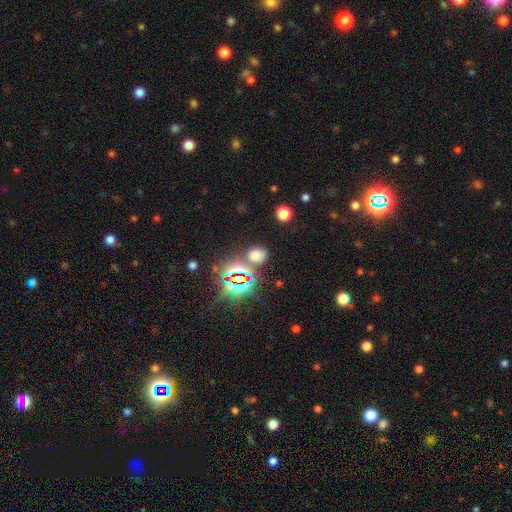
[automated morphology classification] This is possibly a smooth galaxy (59%). How rounded: possibly round (52%). Merging: likely none (75%).